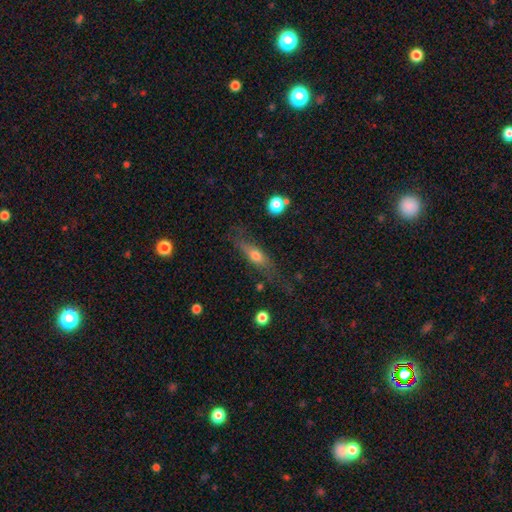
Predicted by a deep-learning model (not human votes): A smooth galaxy with no disk features (54%) that is cigar-shaped (54%). Merging: none (62%).